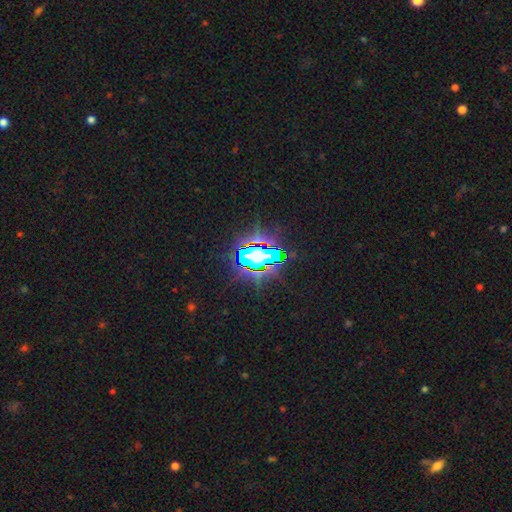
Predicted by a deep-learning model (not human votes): Morphology: type=star or artifact (69%).